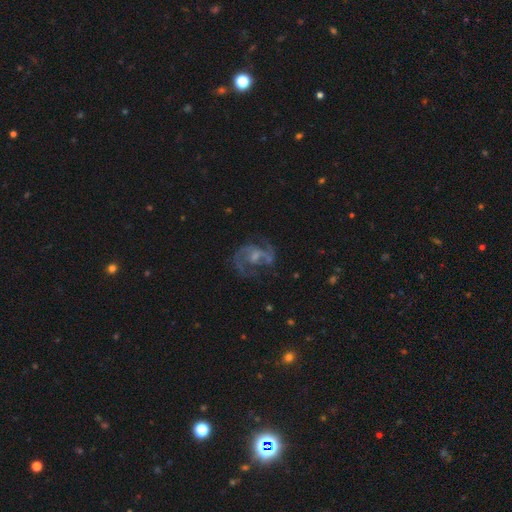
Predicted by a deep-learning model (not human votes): This is likely a featured or disk galaxy (80%). It is clearly not viewed edge-on (98%). Bar: possibly weak (45%). Spiral arm pattern: clearly yes (88%). Spiral arm count: likely 2 (75%). Spiral winding: possibly medium (52%). Central bulge: marginally small (40%). Merging: possibly none (58%).